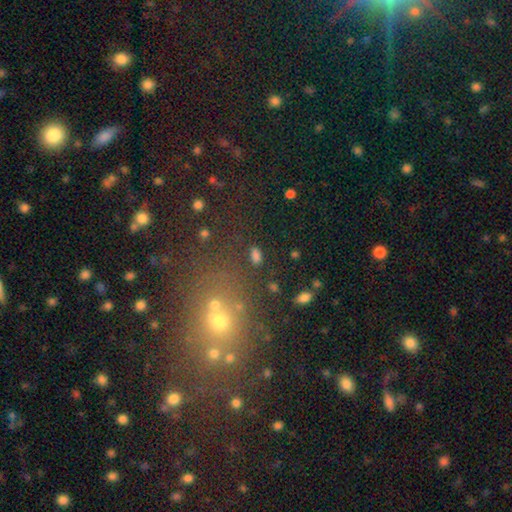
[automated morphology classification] type=smooth (78%); roundness=in between (88%); merging=none (79%).